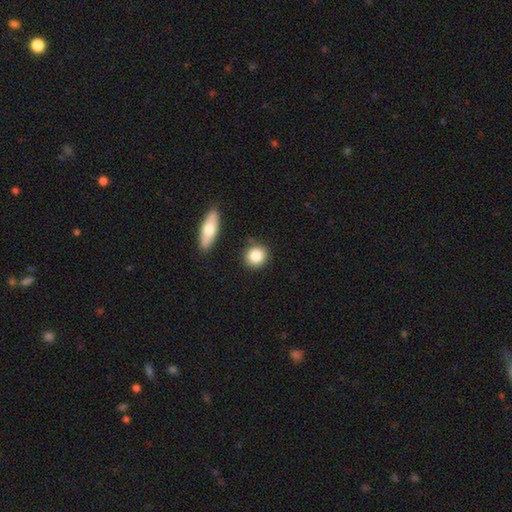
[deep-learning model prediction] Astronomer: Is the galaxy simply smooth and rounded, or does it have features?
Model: smooth — 86%.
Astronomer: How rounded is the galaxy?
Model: round — 83%.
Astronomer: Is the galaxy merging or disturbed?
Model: none — 85%.